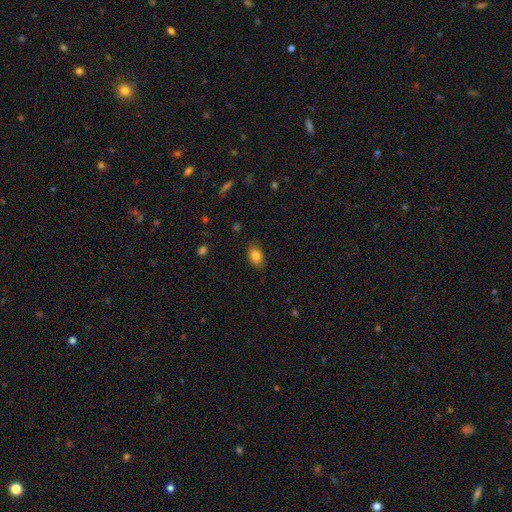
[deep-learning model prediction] Smooth or featured? smooth (82%)
How rounded? in between (83%)
Merging? none (84%)